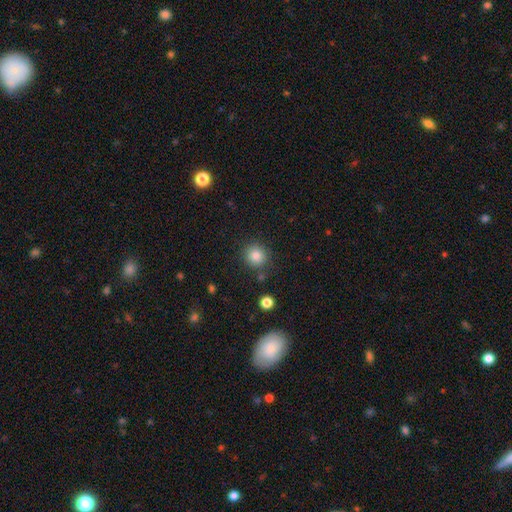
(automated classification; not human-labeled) smooth_or_featured: smooth (p=0.84) [alt: star or artifact p=0.11]
how_rounded: round (p=0.90) [alt: in between p=0.09]
merging: none (p=0.84) [alt: minor disturbance p=0.09]